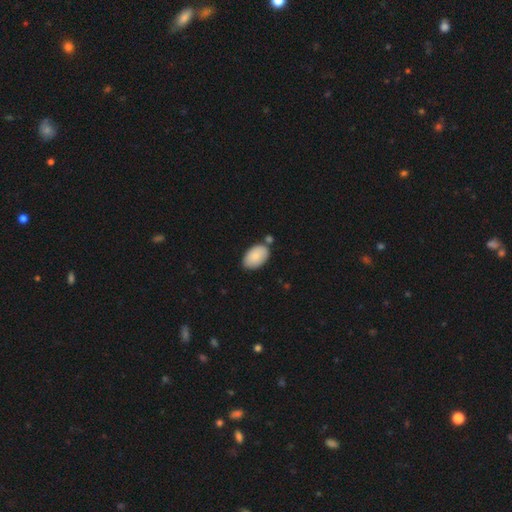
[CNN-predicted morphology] The model was most divided on "merging": none: 71%, minor disturbance: 16%, merger: 9%, major disturbance: 3%. More confident: how rounded — in between (94%); smooth or featured — smooth (86%).